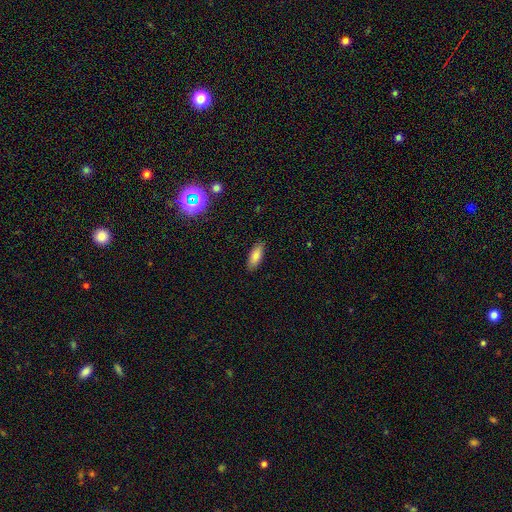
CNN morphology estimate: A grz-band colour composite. It shows a smooth galaxy with no disk features (83%) that is in between round and cigar-shaped (75%). Merging: none (87%).